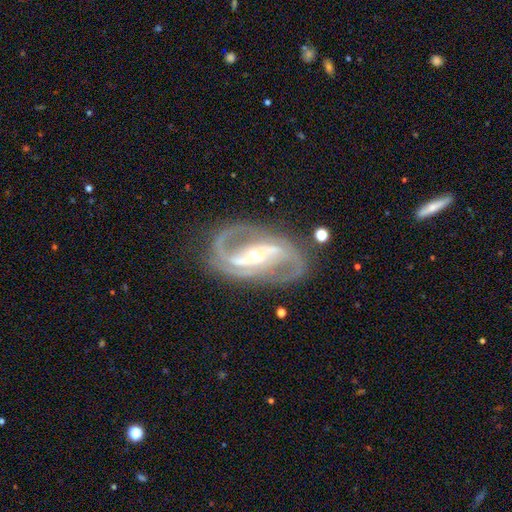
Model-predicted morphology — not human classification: Q: Smooth or featured?
A: featured or disk (92%); runner-up: star or artifact (5%)
Q: Edge-on disk?
A: no (97%); runner-up: yes (3%)
Q: Bar?
A: strong (49%); runner-up: weak (31%)
Q: Spiral arms?
A: yes (98%); runner-up: no (2%)
Q: Spiral winding?
A: medium (59%); runner-up: loose (21%)
Q: Spiral arm count?
A: 2 (88%); runner-up: 3 (5%)
Q: Bulge size?
A: small (55%); runner-up: moderate (41%)
Q: Merging?
A: none (75%); runner-up: minor disturbance (15%)